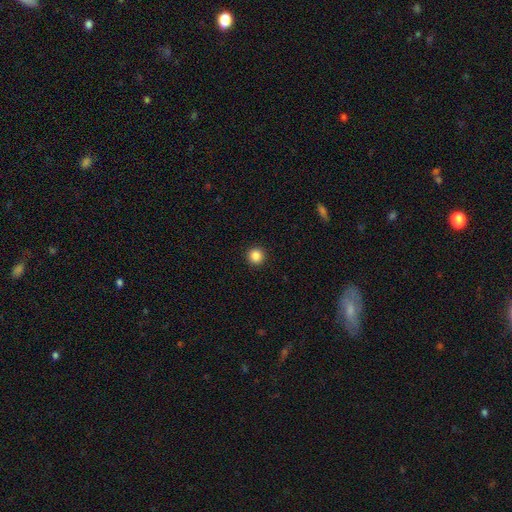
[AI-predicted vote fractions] Q: Smooth or featured?
A: smooth (85%); runner-up: star or artifact (11%)
Q: How rounded?
A: round (96%); runner-up: in between (3%)
Q: Merging?
A: none (93%); runner-up: minor disturbance (4%)